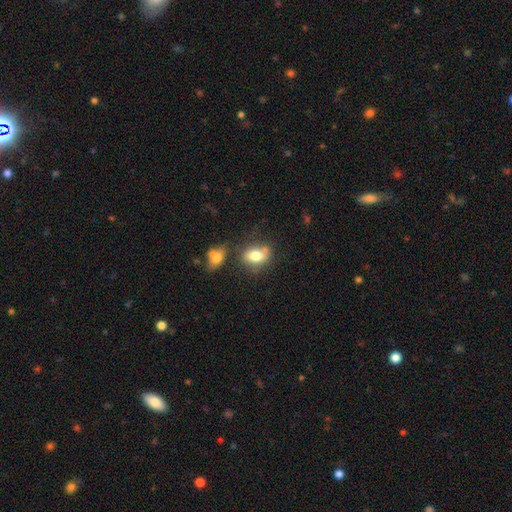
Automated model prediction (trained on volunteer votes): The model was most divided on "merging": none: 58%, minor disturbance: 19%, merger: 16%, major disturbance: 6%. More confident: how rounded — in between (78%); smooth or featured — smooth (76%).